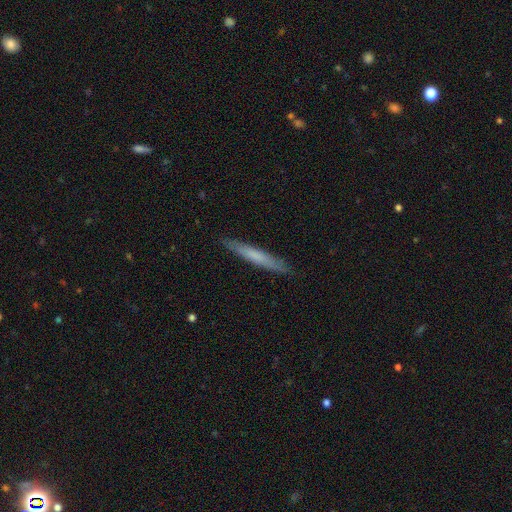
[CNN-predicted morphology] A smooth galaxy with no disk features (62%) that is cigar-shaped (95%).

Vote fractions:
- Smooth or featured? smooth: 62% / featured or disk: 33% / star or artifact: 6%
- How rounded? cigar-shaped: 95% / in between: 3% / round: 1%
- Merging? none: 89% / minor disturbance: 8% / major disturbance: 2% / merger: 1%